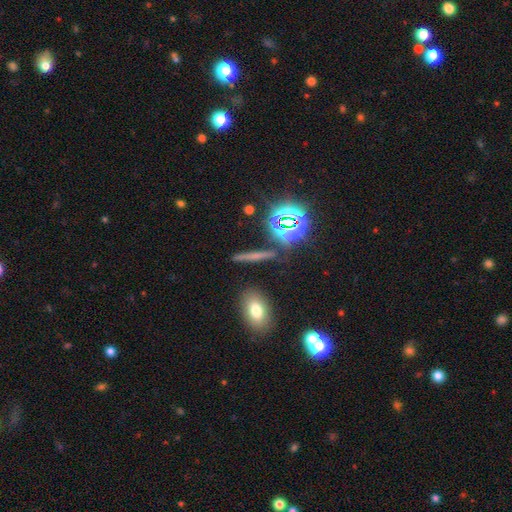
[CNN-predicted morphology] smooth_or_featured: star or artifact (p=0.40) [alt: smooth p=0.39]